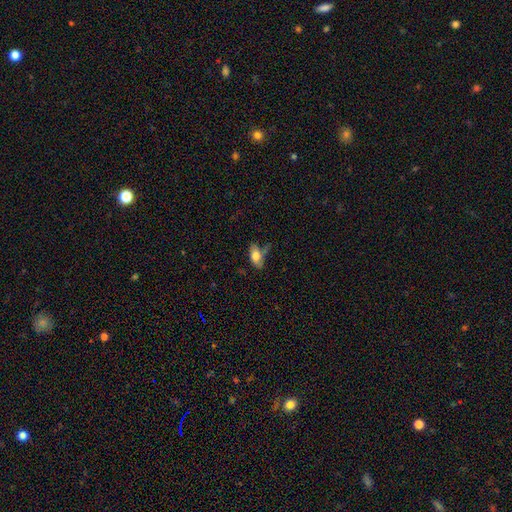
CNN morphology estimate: A smooth galaxy with no disk features (70%) that is in between round and cigar-shaped (88%). Merging: none (42%).